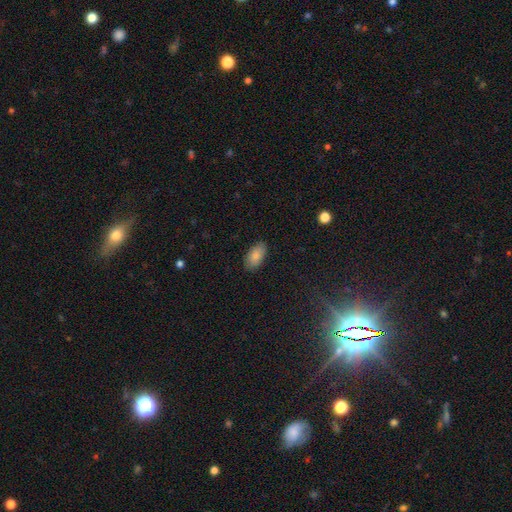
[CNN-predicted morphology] type=smooth (84%); roundness=in between (94%); merging=none (87%).